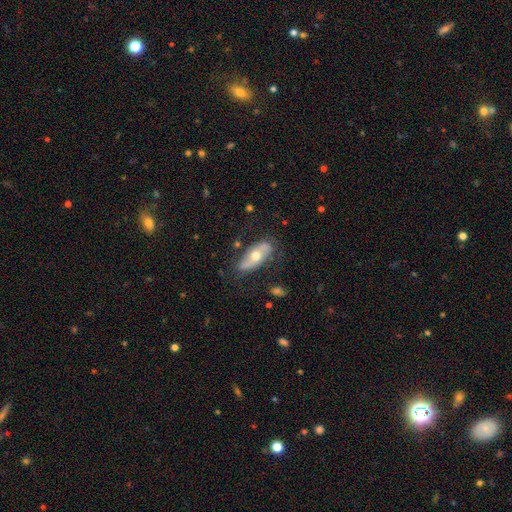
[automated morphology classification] Overall: featured or disk (52%; smooth 42%). Edge-on disk: no (76%). Merging: none (73%).